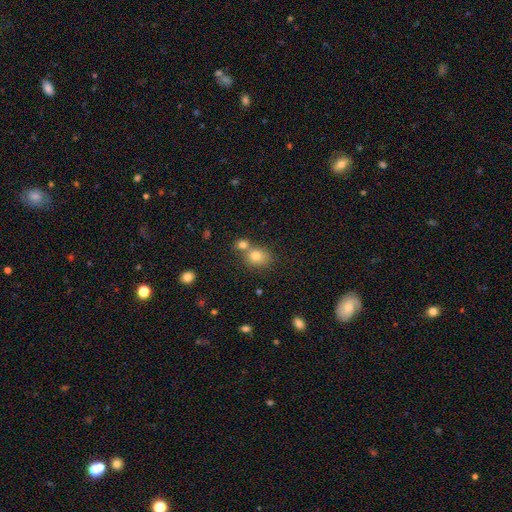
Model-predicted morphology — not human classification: smooth-or-featured: smooth: 77% | star or artifact: 13% | featured or disk: 11%
  how-rounded: round: 60% | in between: 39% | cigar-shaped: 1%
  merging: none: 47% | merger: 39% | minor disturbance: 10% | major disturbance: 3%